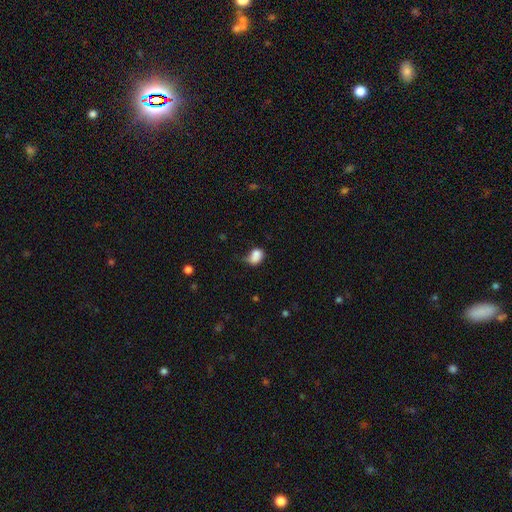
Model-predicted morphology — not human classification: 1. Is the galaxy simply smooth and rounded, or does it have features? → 79% smooth, 10% featured or disk, 10% star or artifact.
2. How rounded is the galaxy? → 66% in between, 33% round, 1% cigar-shaped.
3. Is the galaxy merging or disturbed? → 32% minor disturbance, 30% none, 21% major disturbance, 17% merger.